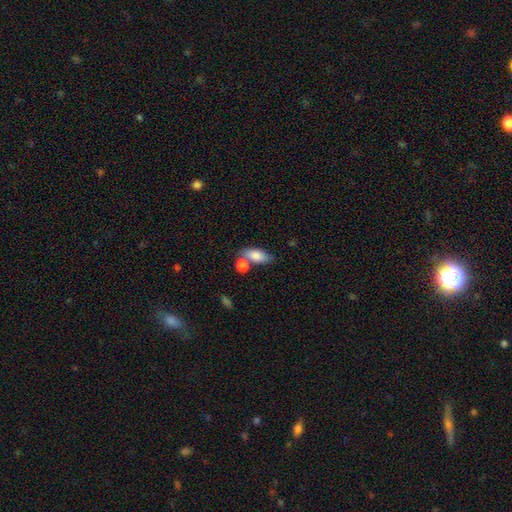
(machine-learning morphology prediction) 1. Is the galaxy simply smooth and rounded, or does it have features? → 82% smooth, 11% featured or disk, 7% star or artifact.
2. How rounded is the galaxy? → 85% in between, 10% cigar-shaped, 5% round.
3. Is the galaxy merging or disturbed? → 51% none, 31% merger, 13% minor disturbance, 5% major disturbance.